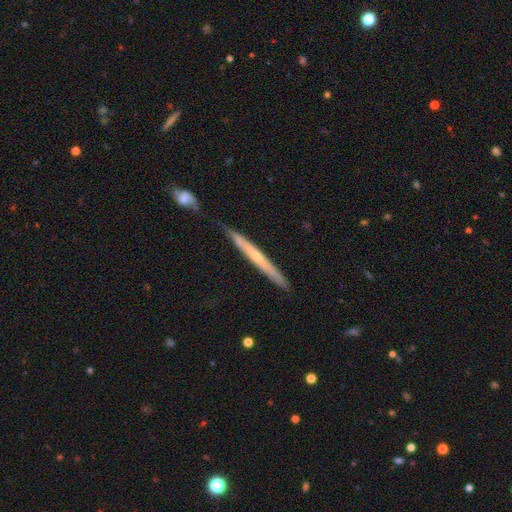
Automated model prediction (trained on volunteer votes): This appears to be a featured or disk galaxy (57%) viewed edge-on (93%) with no central bulge (57%). Merging: none (77%).